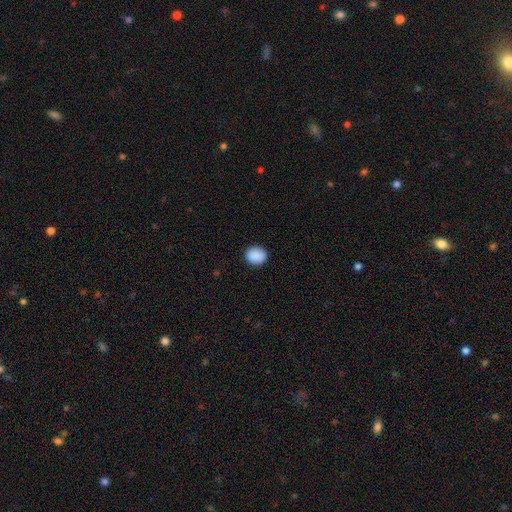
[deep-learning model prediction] Q: Smooth or featured?
A: smooth (89%); runner-up: star or artifact (8%)
Q: How rounded?
A: round (72%); runner-up: in between (27%)
Q: Merging?
A: none (89%); runner-up: minor disturbance (8%)